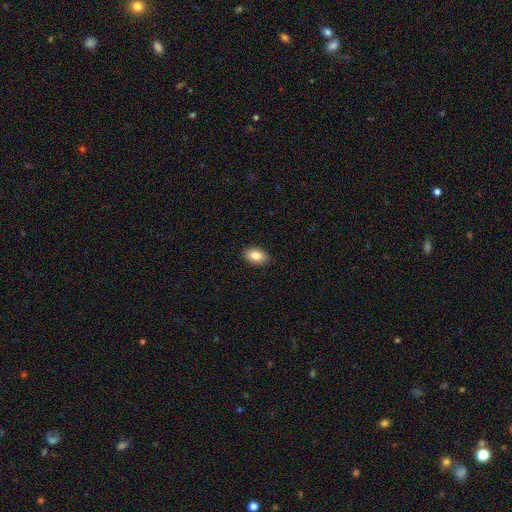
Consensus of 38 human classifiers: smooth_or_featured: smooth (p=0.84) [alt: featured or disk p=0.13]
how_rounded: in between (p=0.88) [alt: round p=0.09]
merging: none (p=0.97) [alt: merger p=0.03]